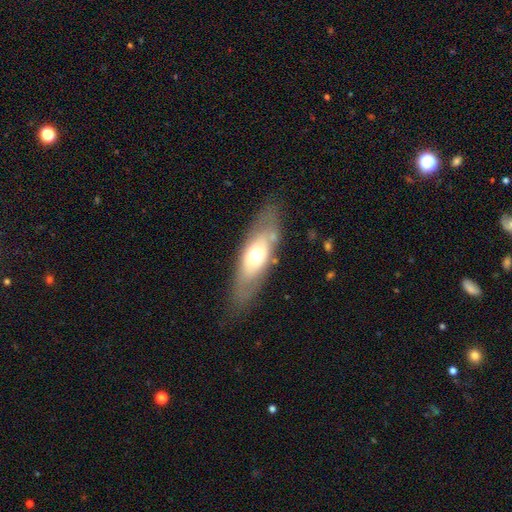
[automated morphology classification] Smooth or featured? smooth (50%)
Merging? none (73%)